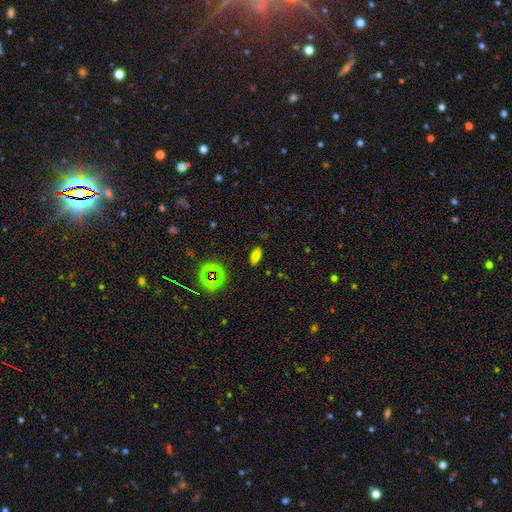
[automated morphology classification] A smooth galaxy with no disk features (69%) that is in between round and cigar-shaped (81%). Merging: none (87%).